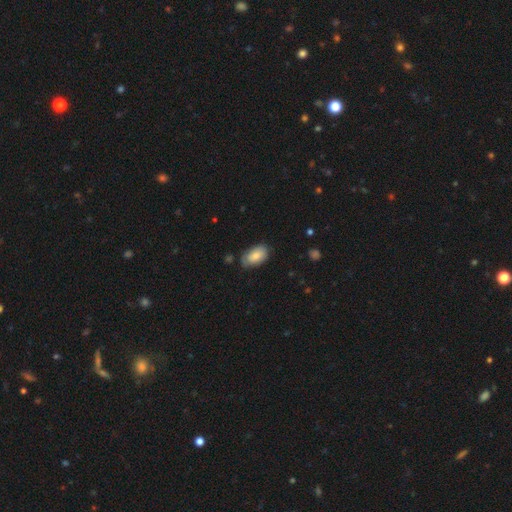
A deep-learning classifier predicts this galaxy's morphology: Smooth or featured?
  - smooth: 79% *
  - featured or disk: 15%
  - star or artifact: 6%
How rounded?
  - in between: 94% *
  - round: 5%
  - cigar-shaped: 2%
Merging?
  - none: 70% *
  - minor disturbance: 24%
  - major disturbance: 4%
  - merger: 2%